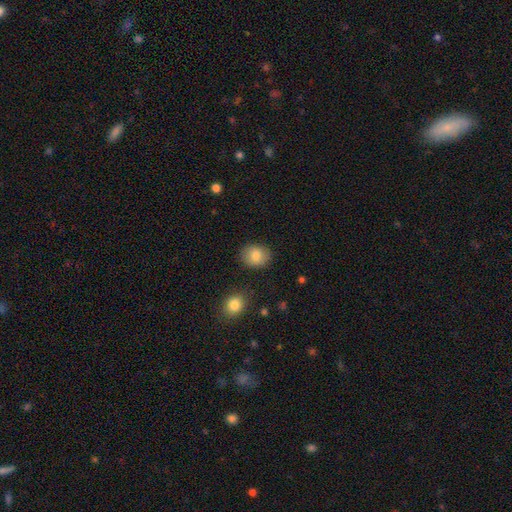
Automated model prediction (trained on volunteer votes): smooth 83%, featured or disk 9%, star or artifact 8%. Down the decision tree: how rounded — round (53%); merging — none (86%).